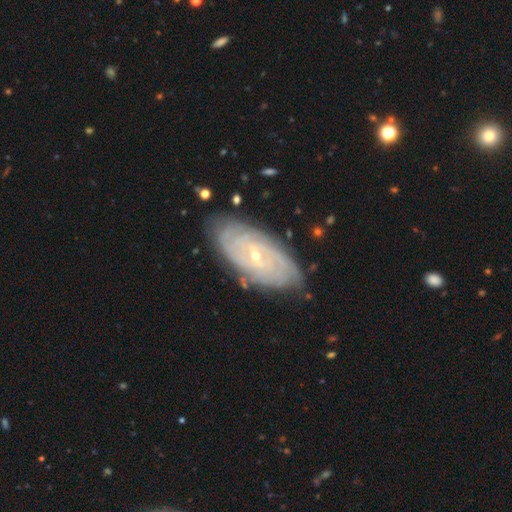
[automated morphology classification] type=featured or disk (84%); edge-on=no (94%); bar=weak (45%); spiral arms=yes (95%); winding=tight (81%); arm count=can't tell (40%); bulge=small (78%); merging=none (80%).